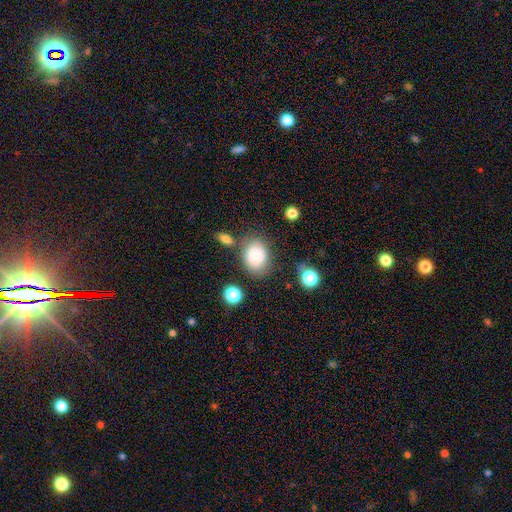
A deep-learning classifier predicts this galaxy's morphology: Smooth or featured: smooth — 82% (star or artifact — 10%)
How rounded: in between — 61% (round — 38%)
Merging: none — 68% (minor disturbance — 18%)